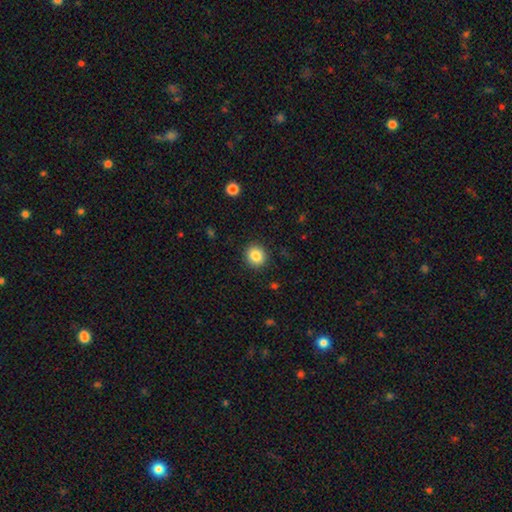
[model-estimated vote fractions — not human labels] A smooth galaxy with no disk features (84%) that is round (87%). Merging: none (91%).